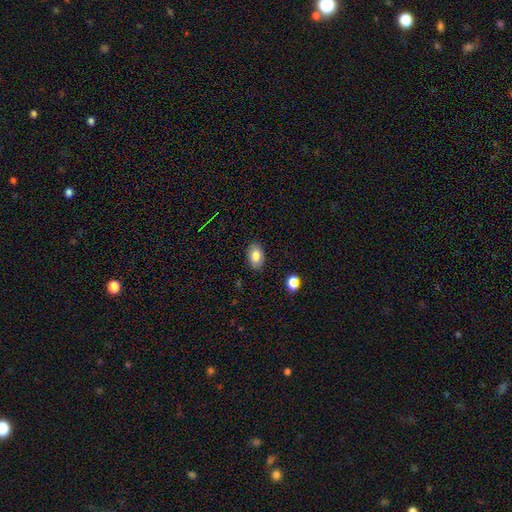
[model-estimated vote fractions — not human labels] smooth 83%, star or artifact 8%, featured or disk 8%. Down the decision tree: how rounded — in between (88%); merging — none (87%).